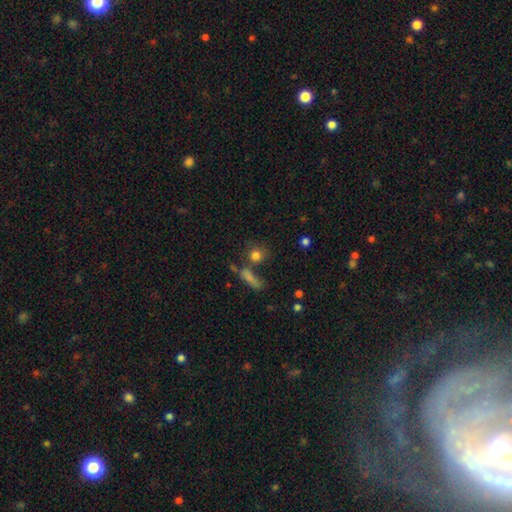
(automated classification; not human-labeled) The model was most divided on "merging": none: 63%, merger: 20%, minor disturbance: 11%, major disturbance: 6%. More confident: how rounded — round (79%); smooth or featured — smooth (78%).